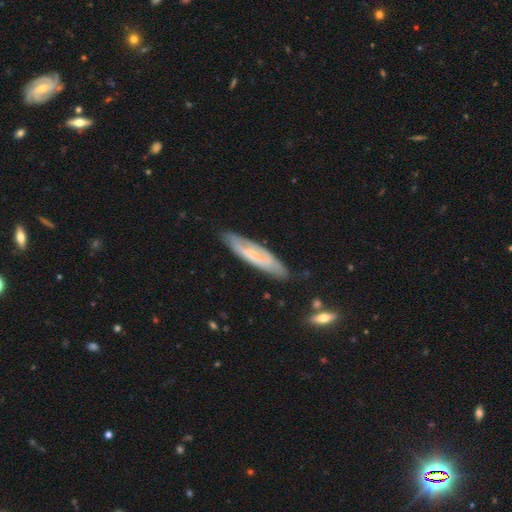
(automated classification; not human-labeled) A featured or disk galaxy (57%). Merging: none (76%).